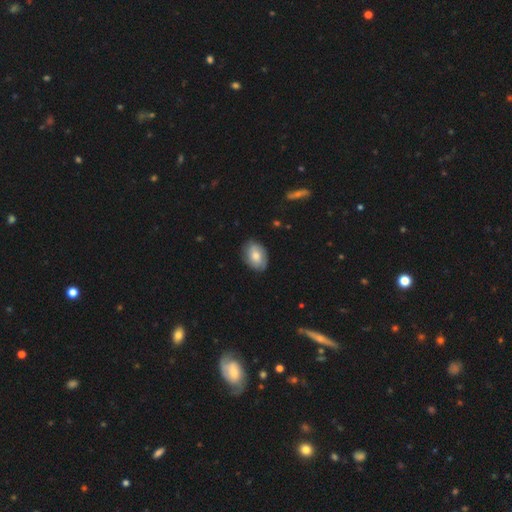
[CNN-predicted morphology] smooth 65%, featured or disk 28%, star or artifact 7%. Down the decision tree: how rounded — in between (82%); merging — none (81%).